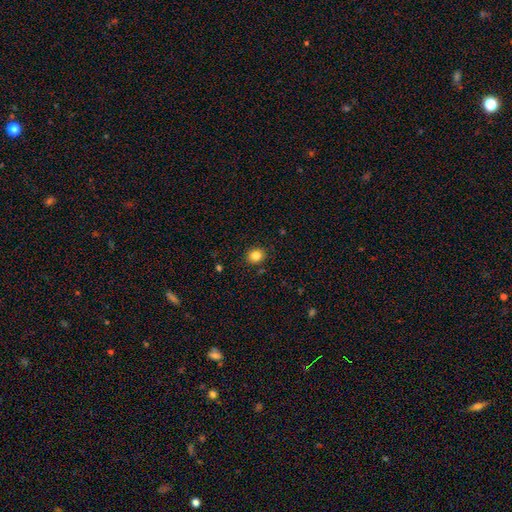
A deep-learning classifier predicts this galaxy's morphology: type=smooth (84%); roundness=round (77%); merging=none (90%).